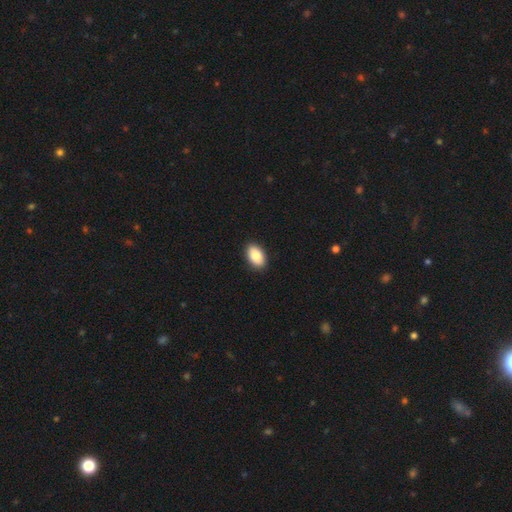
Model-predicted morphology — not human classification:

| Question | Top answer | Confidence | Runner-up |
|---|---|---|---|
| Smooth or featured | smooth | 86% | featured or disk (7%) |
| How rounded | in between | 93% | round (6%) |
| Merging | none | 91% | minor disturbance (6%) |